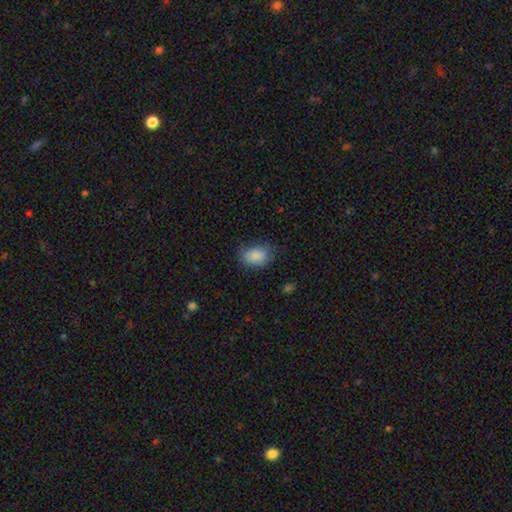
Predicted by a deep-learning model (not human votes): smooth_or_featured: smooth (p=0.87) [alt: star or artifact p=0.07]
how_rounded: in between (p=0.81) [alt: round p=0.18]
merging: none (p=0.69) [alt: minor disturbance p=0.23]